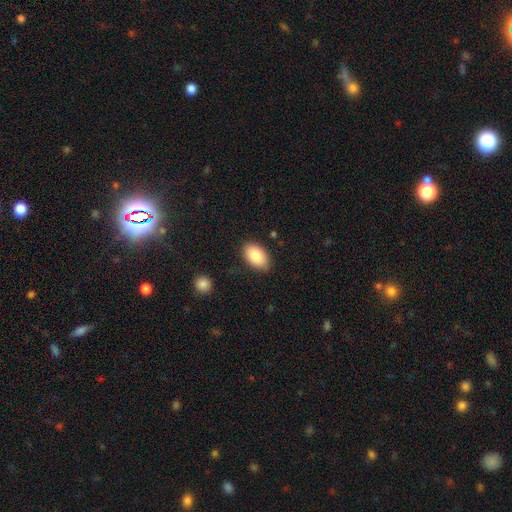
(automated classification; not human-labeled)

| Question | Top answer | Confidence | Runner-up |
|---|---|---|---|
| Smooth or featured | smooth | 87% | featured or disk (7%) |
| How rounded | in between | 93% | round (5%) |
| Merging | none | 84% | minor disturbance (12%) |